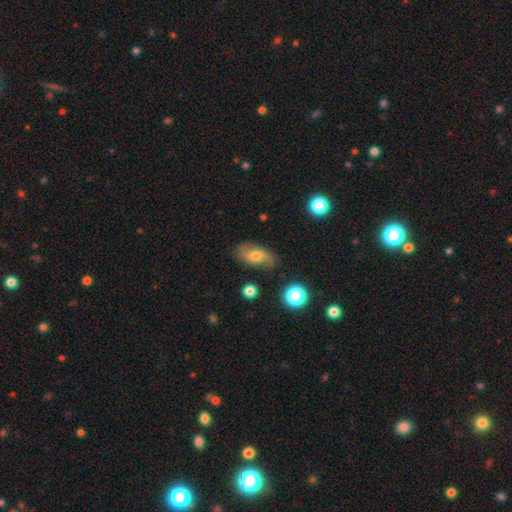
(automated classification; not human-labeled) The model was most divided on "smooth or featured": smooth: 49%, featured or disk: 41%, star or artifact: 10%. More confident: merging — none (73%).